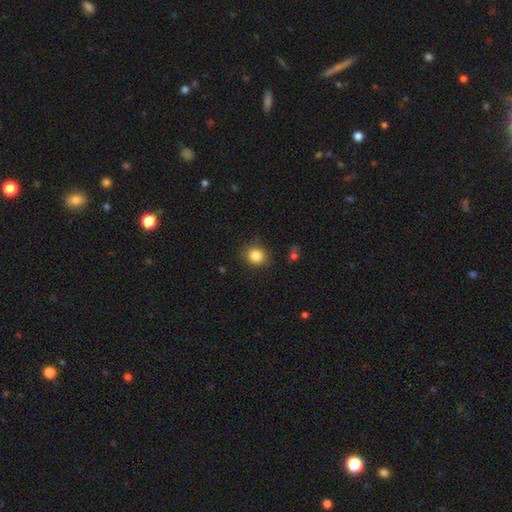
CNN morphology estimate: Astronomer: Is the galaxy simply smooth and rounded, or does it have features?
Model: smooth — 84%.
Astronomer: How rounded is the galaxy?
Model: round — 73%.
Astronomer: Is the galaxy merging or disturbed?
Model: none — 84%.